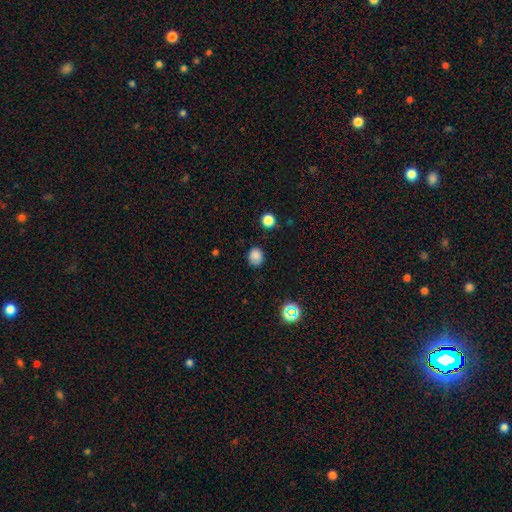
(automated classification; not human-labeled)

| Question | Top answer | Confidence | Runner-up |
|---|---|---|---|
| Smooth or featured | smooth | 83% | star or artifact (13%) |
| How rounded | round | 67% | in between (32%) |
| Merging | none | 79% | minor disturbance (16%) |